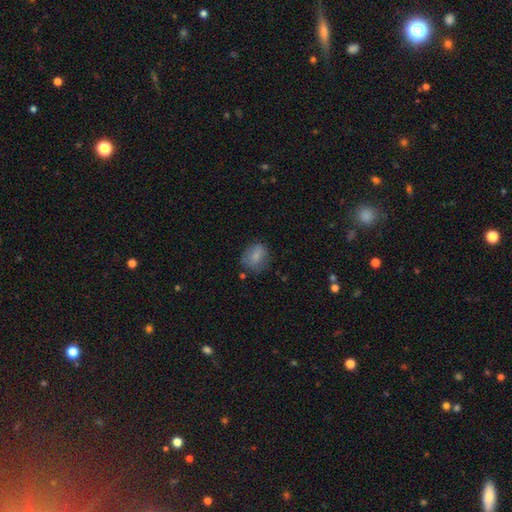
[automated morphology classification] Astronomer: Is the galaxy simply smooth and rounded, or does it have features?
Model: smooth — 77%.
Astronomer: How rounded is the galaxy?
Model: round — 58% (runner-up: in between, 41%).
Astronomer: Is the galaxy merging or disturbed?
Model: none — 65%.